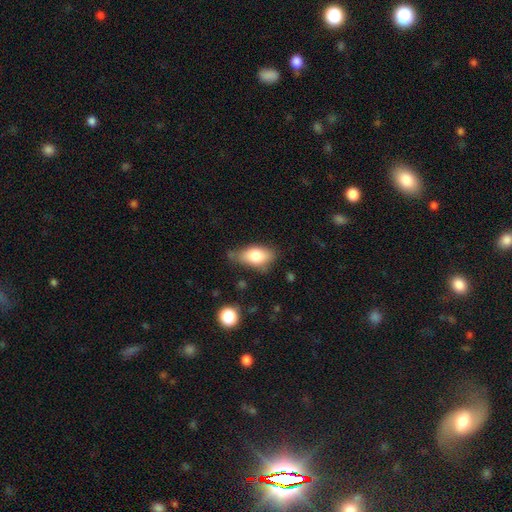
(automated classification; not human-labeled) Overall: smooth (78%). How rounded: in between (88%). Merging: none (61%; minor disturbance 28%).